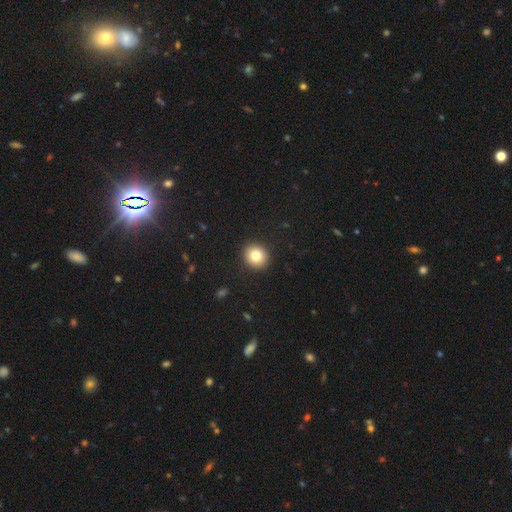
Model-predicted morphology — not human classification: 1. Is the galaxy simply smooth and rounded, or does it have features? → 81% smooth, 10% star or artifact, 9% featured or disk.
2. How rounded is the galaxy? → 86% round, 14% in between, 1% cigar-shaped.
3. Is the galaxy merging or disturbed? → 92% none, 5% minor disturbance, 2% major disturbance, 1% merger.